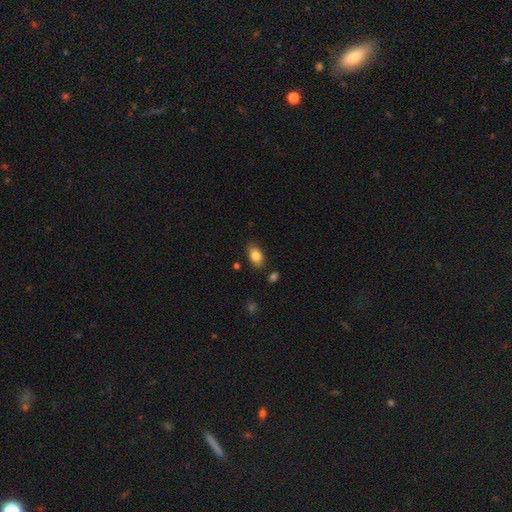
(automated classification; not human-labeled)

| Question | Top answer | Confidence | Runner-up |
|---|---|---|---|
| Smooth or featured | smooth | 84% | featured or disk (9%) |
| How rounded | in between | 88% | round (10%) |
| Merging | none | 81% | minor disturbance (14%) |